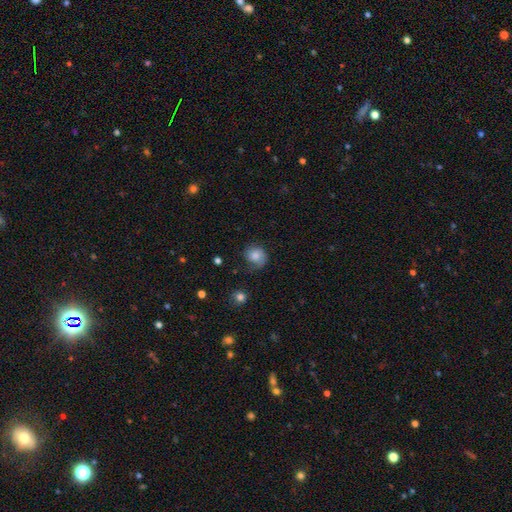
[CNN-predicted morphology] Smooth or featured? Predicted: smooth (p=0.72). How rounded? Predicted: round (p=0.76). Merging? Predicted: none (p=0.56).